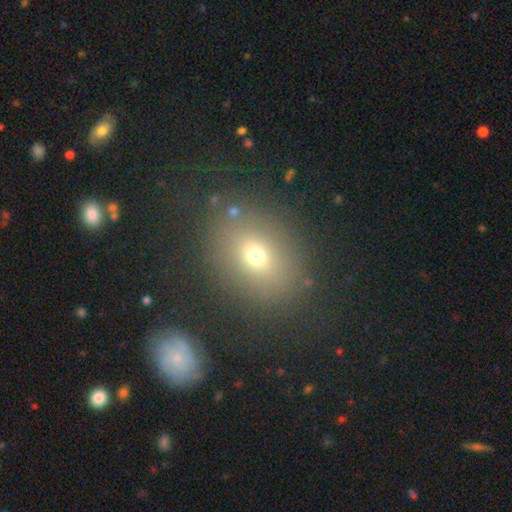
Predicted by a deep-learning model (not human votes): smooth_or_featured: smooth (p=0.67) [alt: star or artifact p=0.18]
how_rounded: in between (p=0.57) [alt: round p=0.42]
merging: none (p=0.81) [alt: minor disturbance p=0.10]